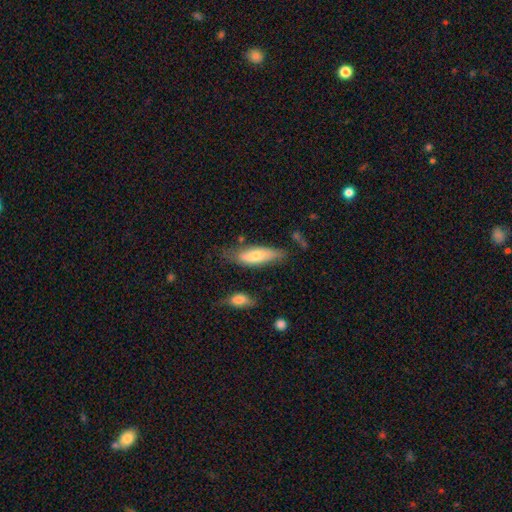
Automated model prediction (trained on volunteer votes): smooth_or_featured: smooth (p=0.66) [alt: featured or disk p=0.28]
how_rounded: in between (p=0.59) [alt: cigar-shaped p=0.40]
merging: none (p=0.61) [alt: minor disturbance p=0.25]